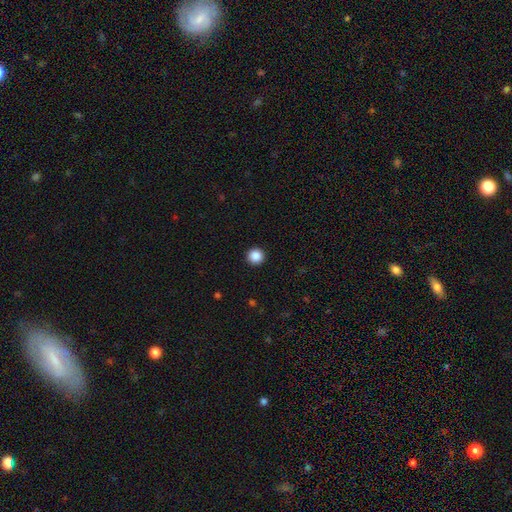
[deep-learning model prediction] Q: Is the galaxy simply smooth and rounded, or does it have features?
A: smooth — 87%.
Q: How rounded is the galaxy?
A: round — 96%.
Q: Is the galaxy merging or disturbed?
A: none — 94%.